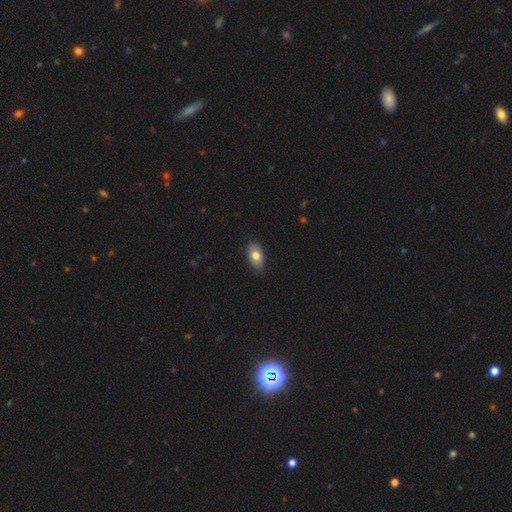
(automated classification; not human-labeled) This is likely a smooth galaxy (78%). How rounded: clearly in between (92%). Merging: clearly none (85%).